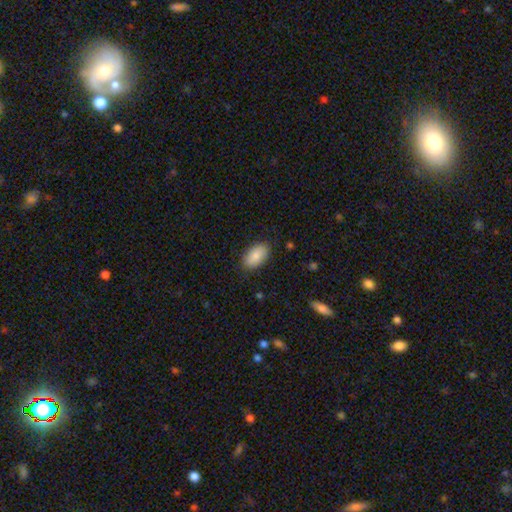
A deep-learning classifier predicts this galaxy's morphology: Smooth or featured? smooth (85%)
How rounded? in between (94%)
Merging? none (85%)